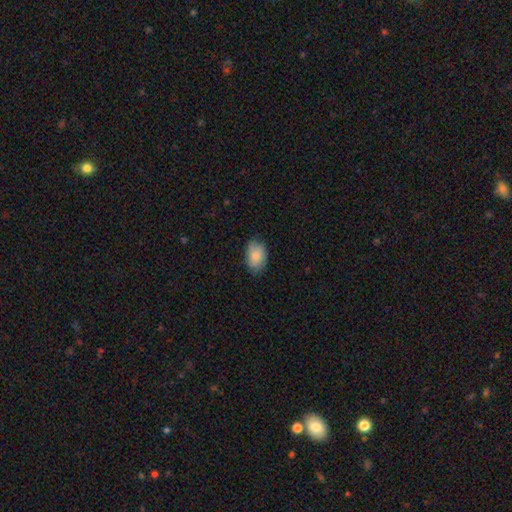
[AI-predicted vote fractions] smooth-or-featured: smooth: 84% | featured or disk: 10% | star or artifact: 7%
  how-rounded: in between: 85% | round: 14% | cigar-shaped: 1%
  merging: none: 78% | minor disturbance: 18% | major disturbance: 3% | merger: 1%